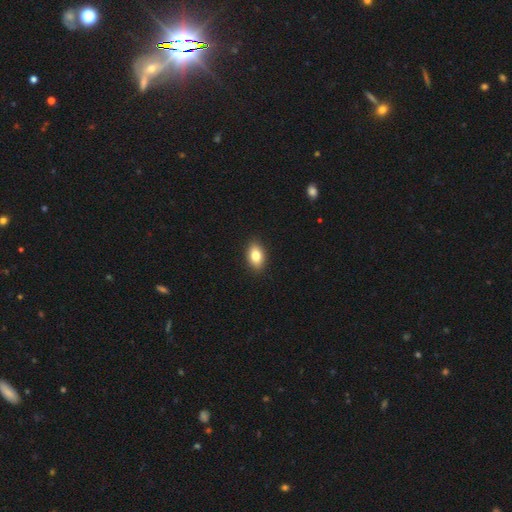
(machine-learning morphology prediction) Q: Smooth or featured?
A: smooth (81%); runner-up: featured or disk (11%)
Q: How rounded?
A: in between (86%); runner-up: round (12%)
Q: Merging?
A: none (90%); runner-up: minor disturbance (7%)